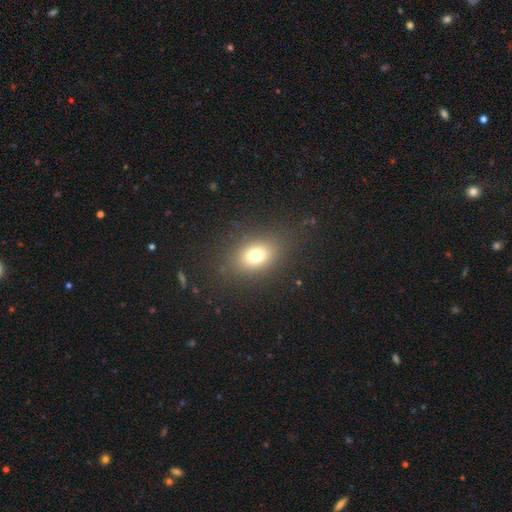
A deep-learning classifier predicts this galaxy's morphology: The model was most divided on "how rounded": in between: 67%, round: 32%, cigar-shaped: 2%. More confident: merging — none (83%); smooth or featured — smooth (74%).